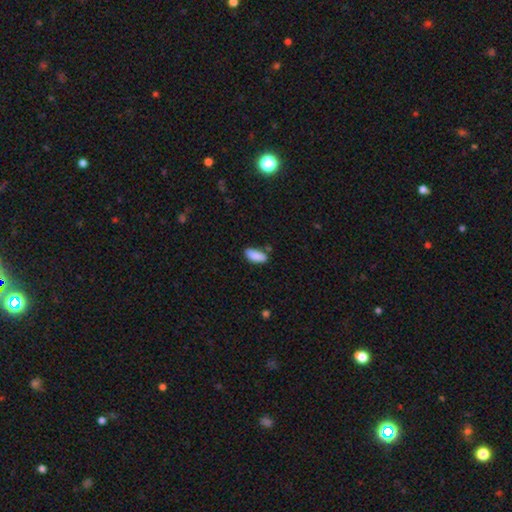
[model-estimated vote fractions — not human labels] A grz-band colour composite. It shows a smooth galaxy with no disk features (89%) that is in between round and cigar-shaped (80%). Merging: none (74%).